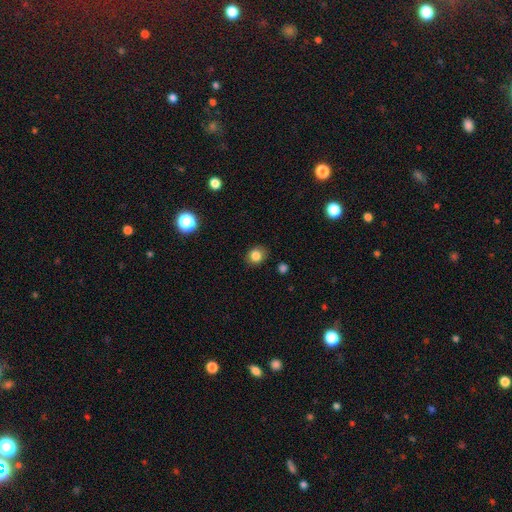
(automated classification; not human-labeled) smooth 83%, star or artifact 11%, featured or disk 5%. Down the decision tree: how rounded — round (72%); merging — none (85%).